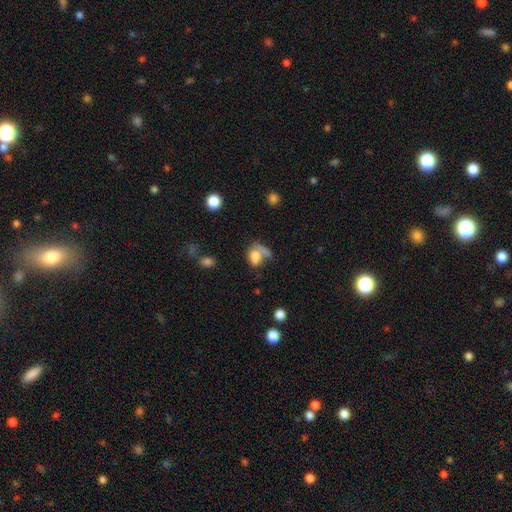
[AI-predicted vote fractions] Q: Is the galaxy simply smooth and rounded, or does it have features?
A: smooth — 69%.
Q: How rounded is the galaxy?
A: in between — 64%.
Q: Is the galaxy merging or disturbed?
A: merger — 35%.